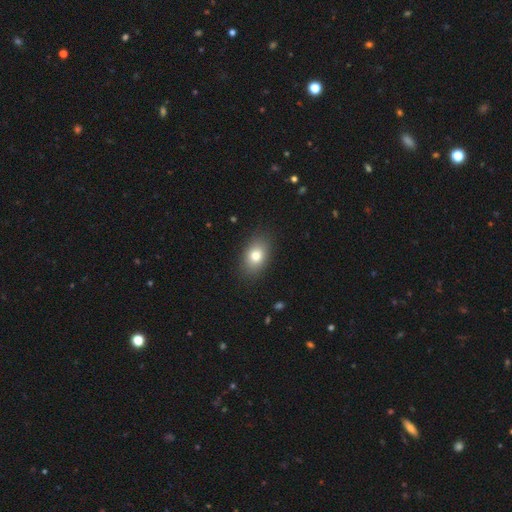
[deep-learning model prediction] Morphology: type=smooth (78%); roundness=in between (81%); merging=none (87%).